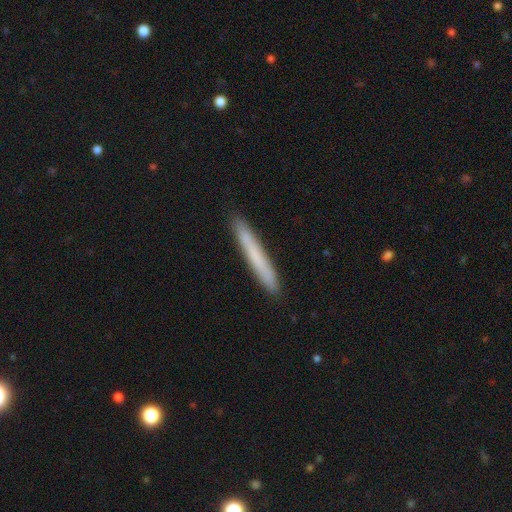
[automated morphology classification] Q: Smooth or featured?
A: smooth (67%); runner-up: featured or disk (27%)
Q: How rounded?
A: cigar-shaped (97%); runner-up: in between (2%)
Q: Merging?
A: none (91%); runner-up: minor disturbance (6%)